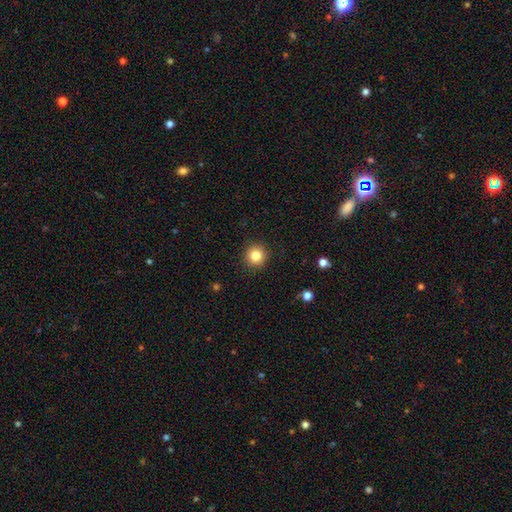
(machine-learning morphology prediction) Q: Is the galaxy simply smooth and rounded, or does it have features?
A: smooth — 83%.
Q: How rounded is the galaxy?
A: round — 94%.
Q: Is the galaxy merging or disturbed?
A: none — 92%.